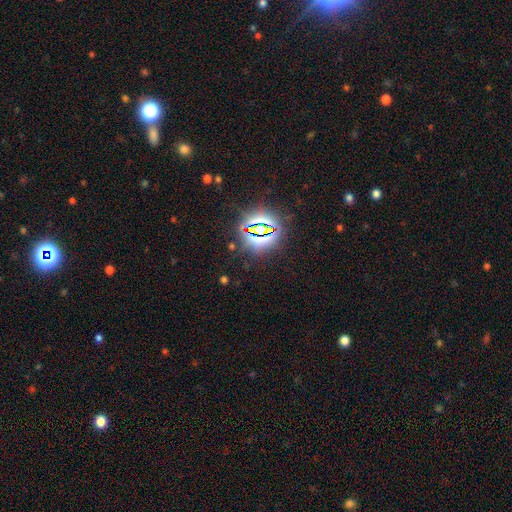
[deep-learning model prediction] This appears to be a star or artifact, not a galaxy (82%).